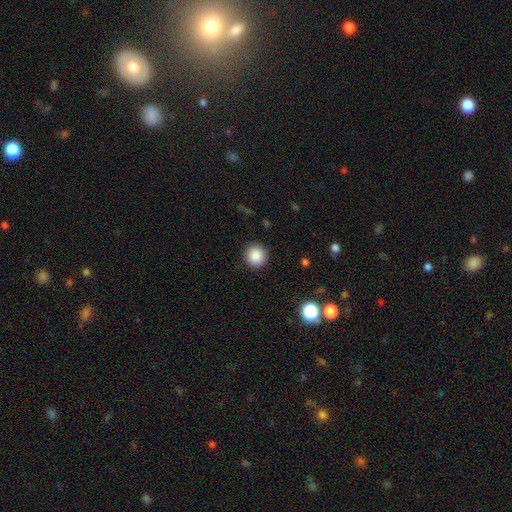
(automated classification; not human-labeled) The model was most divided on "smooth or featured": smooth: 87%, star or artifact: 9%, featured or disk: 3%. More confident: how rounded — round (94%); merging — none (91%).